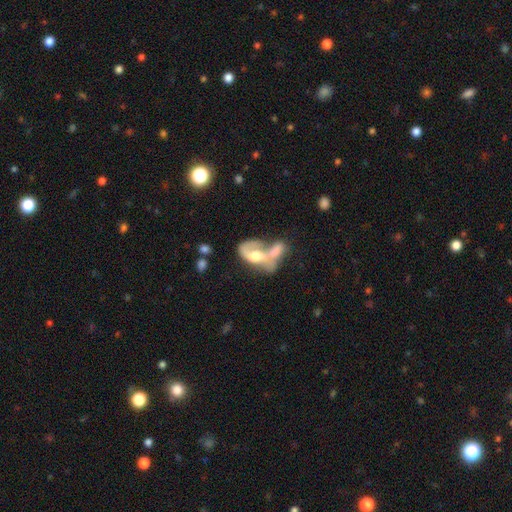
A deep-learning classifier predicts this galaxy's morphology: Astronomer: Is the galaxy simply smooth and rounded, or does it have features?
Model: featured or disk — 55% (runner-up: smooth, 38%).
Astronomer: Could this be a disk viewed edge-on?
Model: no — 95%.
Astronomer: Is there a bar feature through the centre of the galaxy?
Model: no — 70%.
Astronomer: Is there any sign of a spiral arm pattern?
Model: yes — 51% (runner-up: no, 49%).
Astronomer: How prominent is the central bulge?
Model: moderate — 55%.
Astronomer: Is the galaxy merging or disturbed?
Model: merger — 70%.